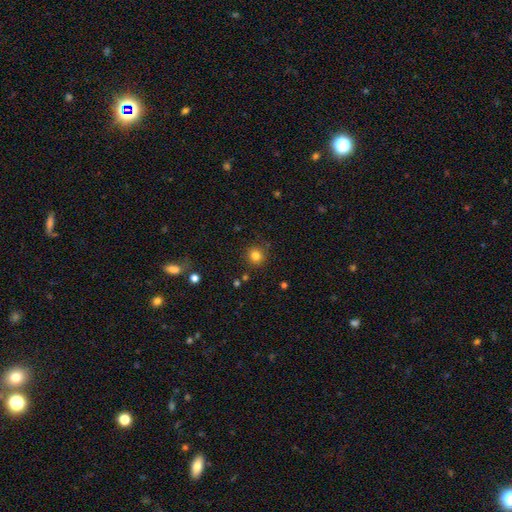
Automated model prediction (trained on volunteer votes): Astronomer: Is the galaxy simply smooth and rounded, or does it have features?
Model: smooth — 81%.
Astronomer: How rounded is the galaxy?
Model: round — 91%.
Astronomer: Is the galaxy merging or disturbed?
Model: none — 84%.